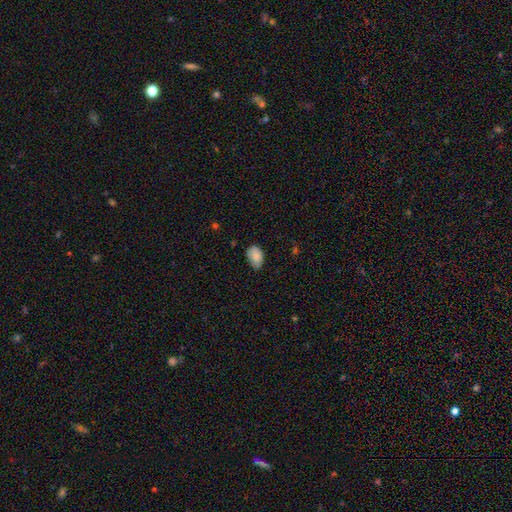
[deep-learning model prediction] A smooth galaxy with no disk features (84%) that is in between round and cigar-shaped (89%). Merging: none (62%).